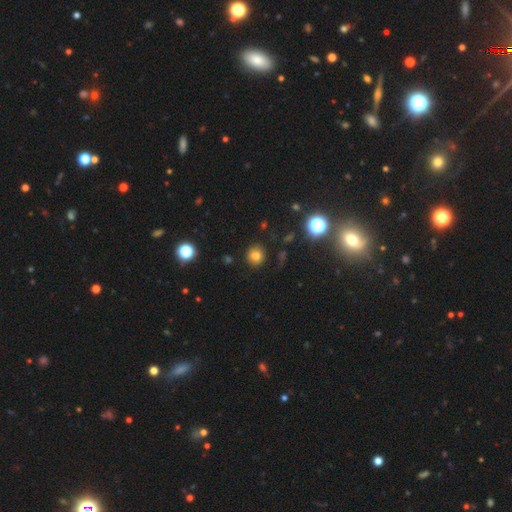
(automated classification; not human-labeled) This is likely a smooth galaxy (76%). How rounded: clearly round (88%). Merging: clearly none (87%).